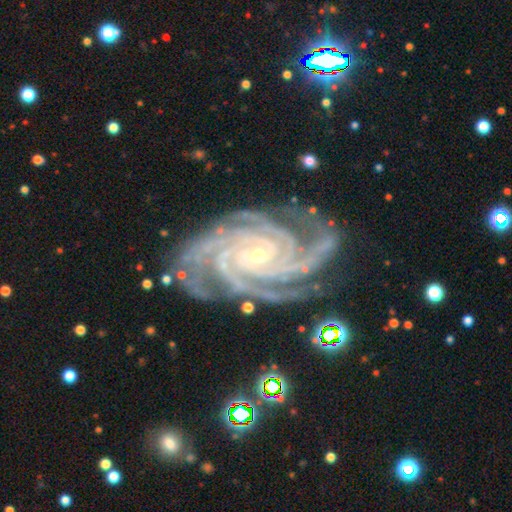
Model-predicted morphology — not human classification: featured or disk 93%, star or artifact 4%, smooth 2%. Down the decision tree: edge-on disk — no (98%); bar — no (54%); spiral arms — yes (99%); spiral arm count — 4 (38%); spiral winding — tight (80%); bulge size — small (79%); merging — none (77%).